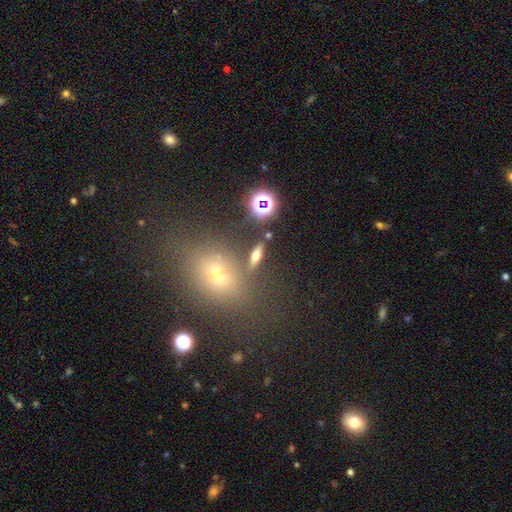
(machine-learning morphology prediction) Smooth or featured: smooth — 47% (featured or disk — 35%)
Merging: none — 79% (minor disturbance — 10%)